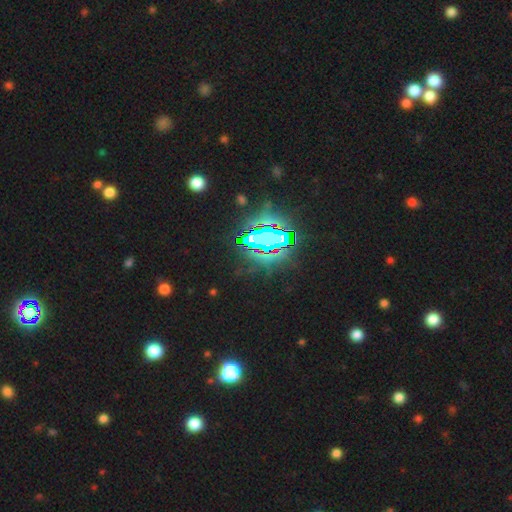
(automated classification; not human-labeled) Overall: star or artifact (82%).